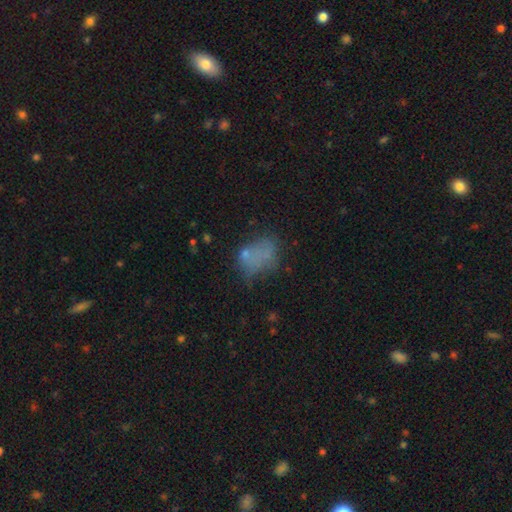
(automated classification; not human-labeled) The model was most divided on "merging": none: 43%, minor disturbance: 23%, major disturbance: 21%, merger: 12%. More confident: how rounded — in between (74%); smooth or featured — smooth (57%).